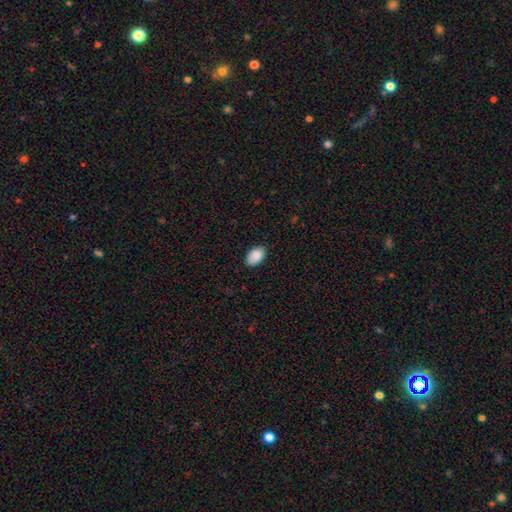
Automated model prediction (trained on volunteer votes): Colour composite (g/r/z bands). It shows a smooth galaxy with no disk features (89%) that is in between round and cigar-shaped (91%). Merging: none (86%).